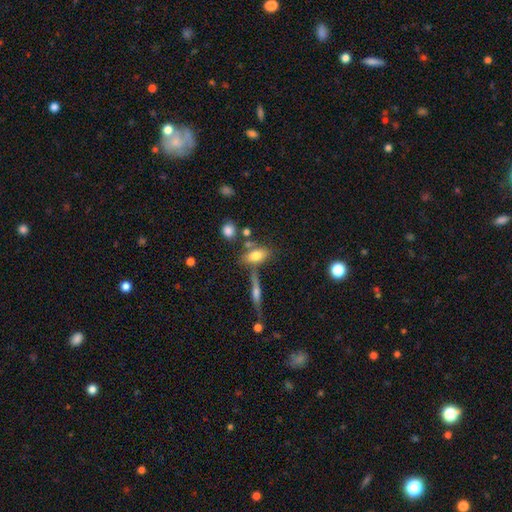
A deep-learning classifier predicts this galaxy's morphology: Overall: smooth (73%). How rounded: in between (79%). Merging: none (56%; merger 23%).